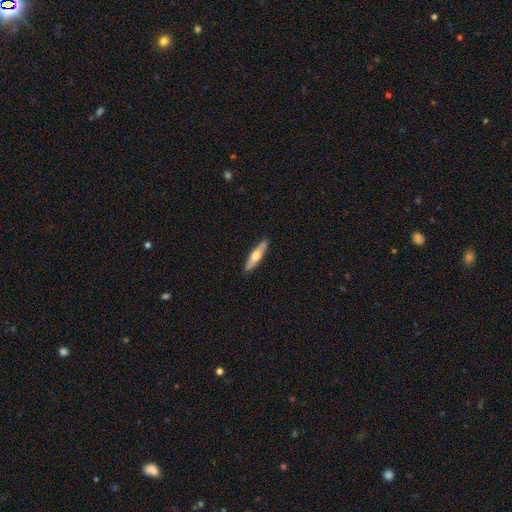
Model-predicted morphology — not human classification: Q: Smooth or featured?
A: smooth (49%); runner-up: featured or disk (46%)
Q: Merging?
A: none (90%); runner-up: minor disturbance (7%)